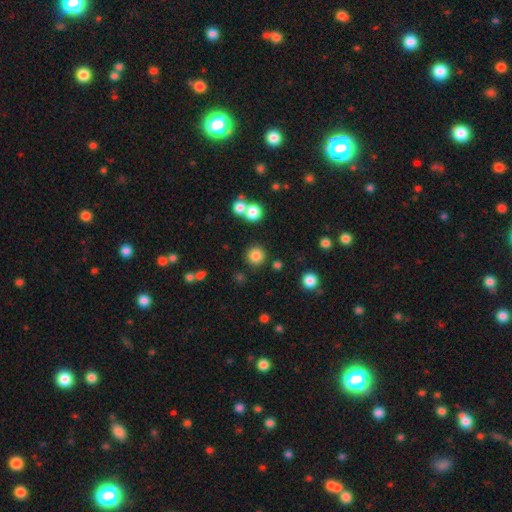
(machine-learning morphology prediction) Overall: smooth (82%). How rounded: round (94%). Merging: none (85%).